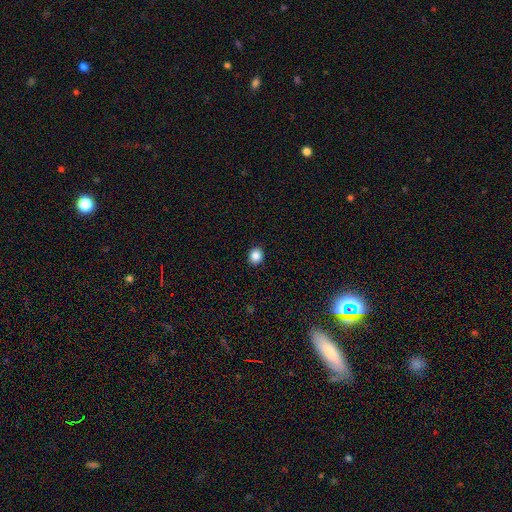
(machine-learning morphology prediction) This is clearly a smooth galaxy (87%). How rounded: likely round (77%). Merging: clearly none (91%).